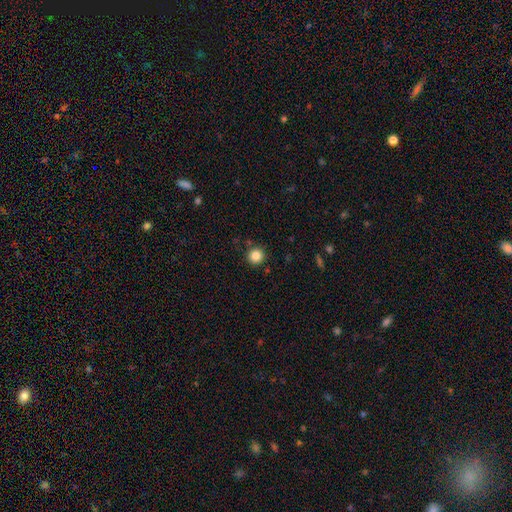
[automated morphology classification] A smooth galaxy with no disk features (85%) that is round (95%).

Vote fractions:
- Smooth or featured? smooth: 85% / star or artifact: 11% / featured or disk: 4%
- How rounded? round: 95% / in between: 5% / cigar-shaped: 1%
- Merging? none: 89% / minor disturbance: 7% / merger: 2% / major disturbance: 2%